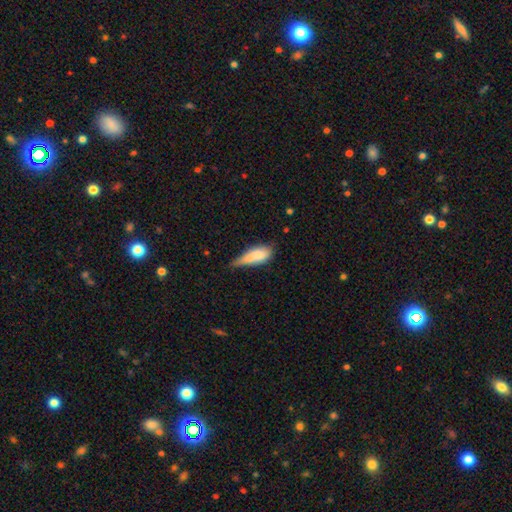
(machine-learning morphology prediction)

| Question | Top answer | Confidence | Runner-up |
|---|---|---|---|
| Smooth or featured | smooth | 76% | featured or disk (17%) |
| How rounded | in between | 67% | cigar-shaped (30%) |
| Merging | minor disturbance | 44% | none (28%) |